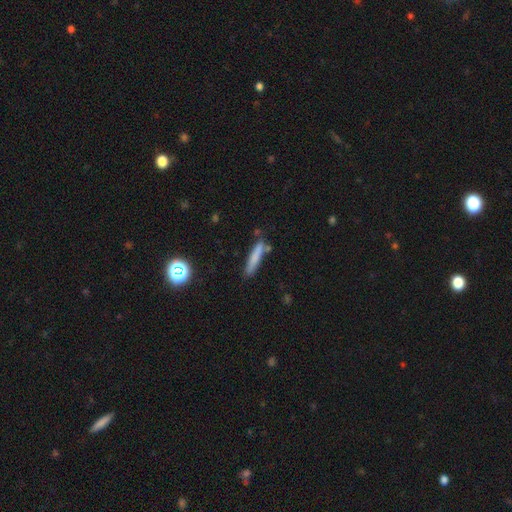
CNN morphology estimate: This is likely a smooth galaxy (74%). How rounded: clearly cigar-shaped (90%). Merging: likely none (73%).